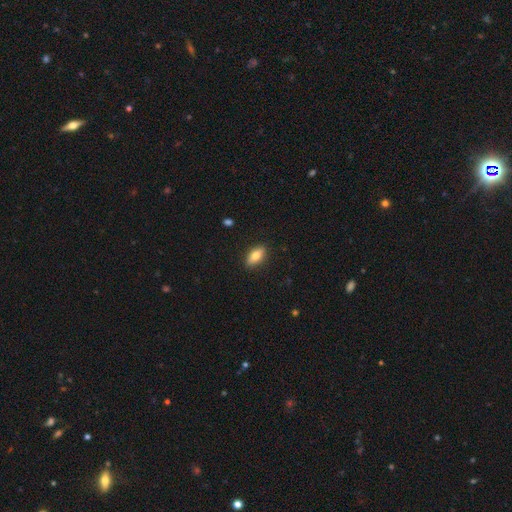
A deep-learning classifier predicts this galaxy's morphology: Smooth or featured? smooth (74%)
How rounded? in between (84%)
Merging? none (88%)